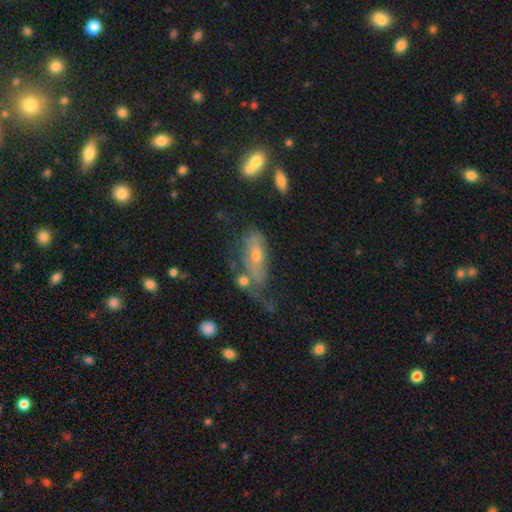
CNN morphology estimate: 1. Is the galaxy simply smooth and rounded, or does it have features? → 47% featured or disk, 41% smooth, 12% star or artifact.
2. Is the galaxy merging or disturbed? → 39% none, 26% minor disturbance, 22% major disturbance, 14% merger.